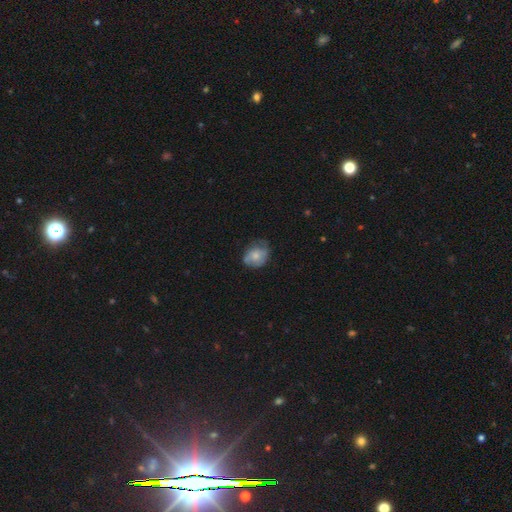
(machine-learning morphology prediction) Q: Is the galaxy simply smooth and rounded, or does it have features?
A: smooth — 62%.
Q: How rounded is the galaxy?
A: round — 51%.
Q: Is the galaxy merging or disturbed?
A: none — 50%.